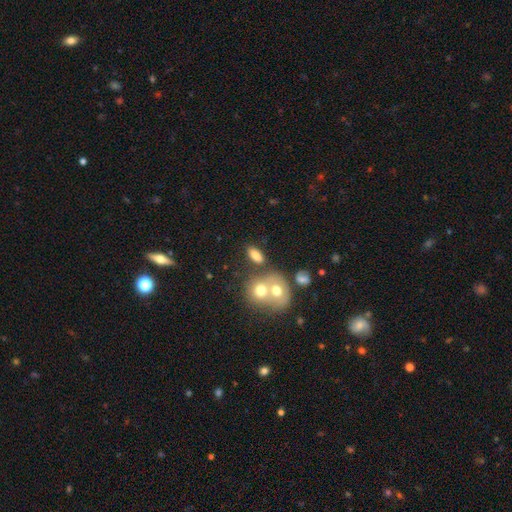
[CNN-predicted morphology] type=smooth (76%); roundness=in between (83%); merging=none (56%).